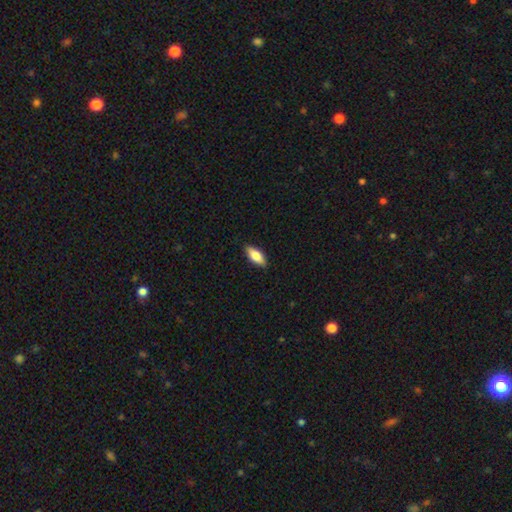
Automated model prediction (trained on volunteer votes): This is likely a smooth galaxy (77%). How rounded: clearly in between (82%). Merging: clearly none (88%).